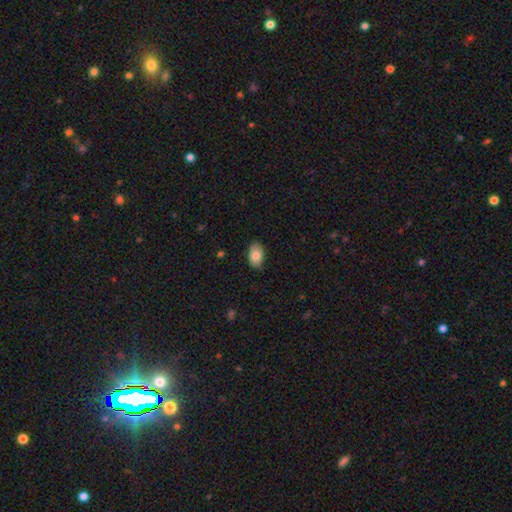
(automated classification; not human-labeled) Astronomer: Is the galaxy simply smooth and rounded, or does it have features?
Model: smooth — 82%.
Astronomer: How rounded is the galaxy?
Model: in between — 90%.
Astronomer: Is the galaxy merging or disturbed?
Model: none — 83%.